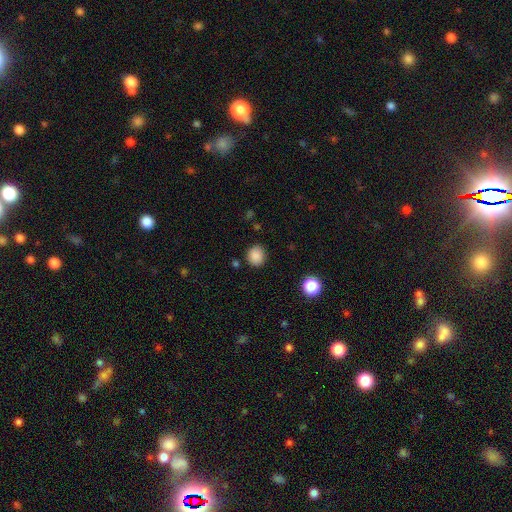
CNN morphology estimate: Smooth or featured? Predicted: smooth (p=0.87). How rounded? Predicted: round (p=0.79). Merging? Predicted: none (p=0.86).